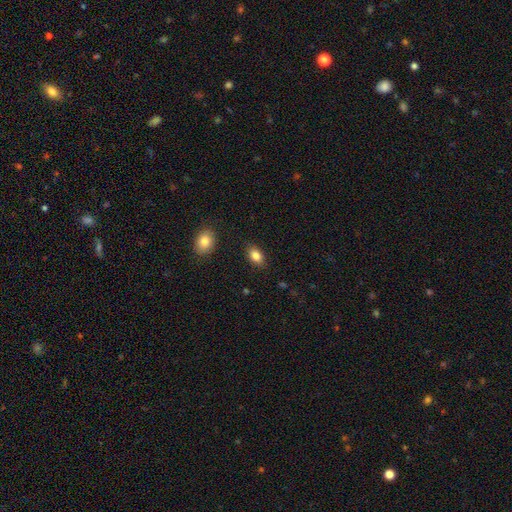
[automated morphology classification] Overall: smooth (84%). How rounded: in between (87%). Merging: none (86%).